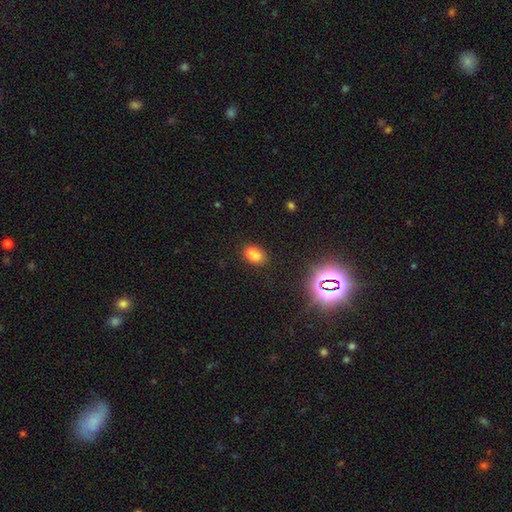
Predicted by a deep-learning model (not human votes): Smooth or featured: smooth — 73% (star or artifact — 15%)
How rounded: in between — 72% (round — 25%)
Merging: none — 46% (merger — 36%)